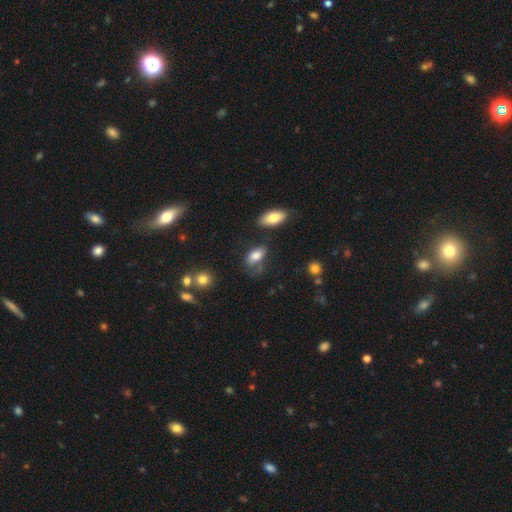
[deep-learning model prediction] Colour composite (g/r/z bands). It shows a smooth galaxy with no disk features (80%) that is in between round and cigar-shaped (91%). Merging: none (45%).